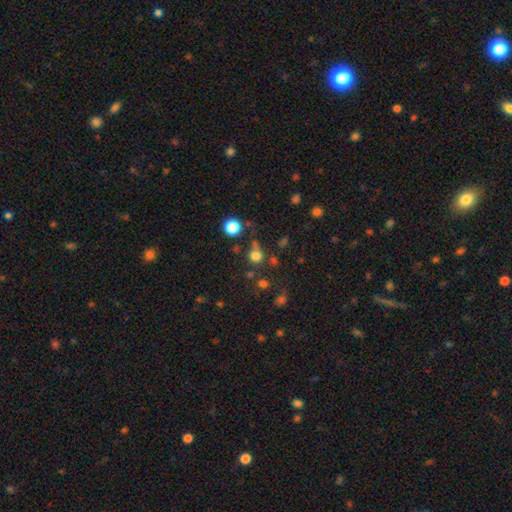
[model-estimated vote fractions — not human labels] Smooth or featured?
  - smooth: 75% *
  - star or artifact: 18%
  - featured or disk: 7%
How rounded?
  - round: 88% *
  - in between: 11%
  - cigar-shaped: 1%
Merging?
  - none: 63% *
  - merger: 15%
  - minor disturbance: 14%
  - major disturbance: 8%